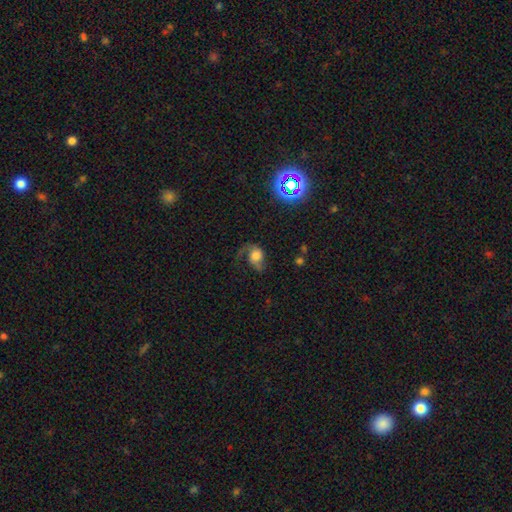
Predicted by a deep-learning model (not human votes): featured or disk 56%, smooth 33%, star or artifact 12%. Down the decision tree: edge-on disk — no (97%); bar — no (75%); spiral arms — yes (88%); bulge size — large (40%); merging — none (42%).